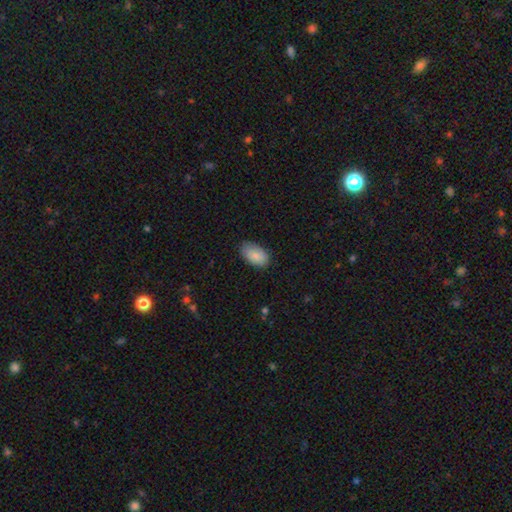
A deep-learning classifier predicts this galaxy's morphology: Smooth or featured: smooth — 87% (featured or disk — 7%)
How rounded: in between — 94% (round — 4%)
Merging: none — 79% (minor disturbance — 18%)